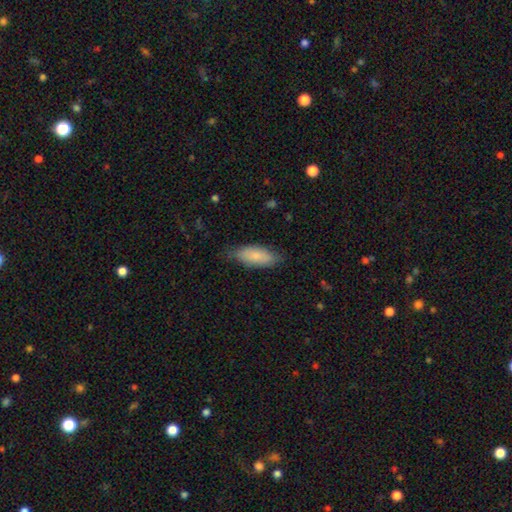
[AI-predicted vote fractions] smooth-or-featured: smooth: 79% | featured or disk: 15% | star or artifact: 6%
  how-rounded: in between: 78% | cigar-shaped: 20% | round: 2%
  merging: none: 73% | minor disturbance: 22% | major disturbance: 4% | merger: 1%